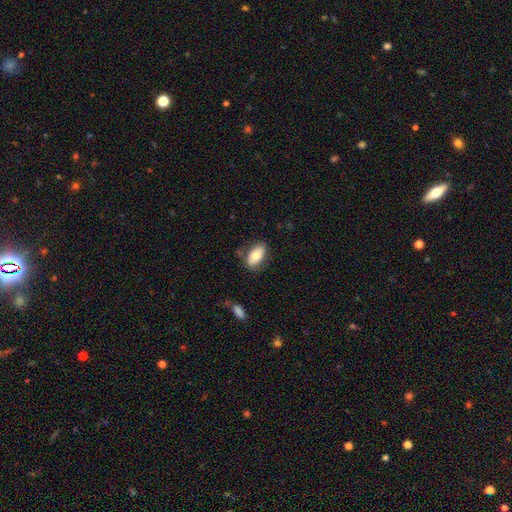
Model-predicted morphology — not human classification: smooth 75%, featured or disk 19%, star or artifact 6%. Down the decision tree: how rounded — in between (93%); merging — none (73%).